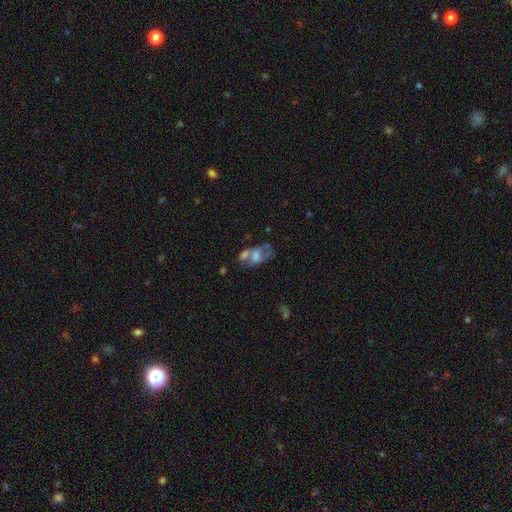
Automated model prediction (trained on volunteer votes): smooth-or-featured: featured or disk: 52% | smooth: 38% | star or artifact: 10%
  disk-edge-on: no: 95% | yes: 5%
  merging: merger: 39% | none: 28% | major disturbance: 17% | minor disturbance: 16%